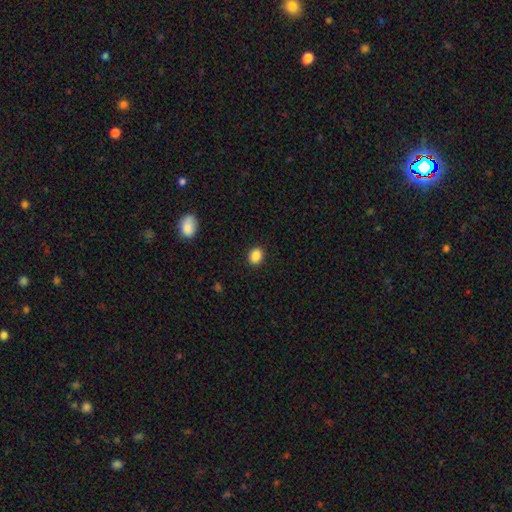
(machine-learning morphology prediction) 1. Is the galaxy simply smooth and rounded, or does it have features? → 88% smooth, 9% star or artifact, 3% featured or disk.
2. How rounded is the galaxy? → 50% in between, 49% round, 1% cigar-shaped.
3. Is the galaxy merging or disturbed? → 90% none, 7% minor disturbance, 2% major disturbance, 1% merger.